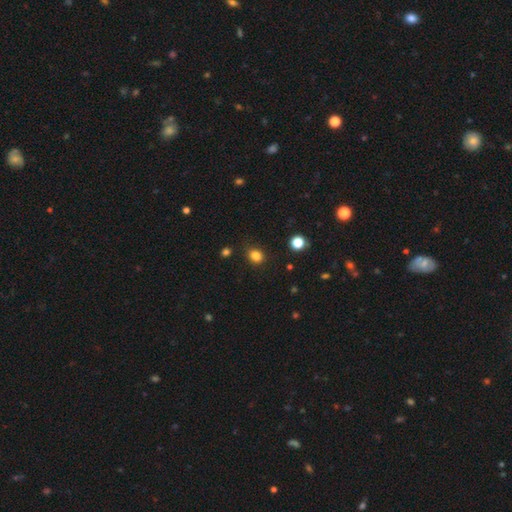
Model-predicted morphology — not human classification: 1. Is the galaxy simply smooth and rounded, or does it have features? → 83% smooth, 13% star or artifact, 4% featured or disk.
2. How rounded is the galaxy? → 58% round, 41% in between, 1% cigar-shaped.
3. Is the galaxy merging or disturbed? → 80% none, 14% minor disturbance, 4% major disturbance, 2% merger.